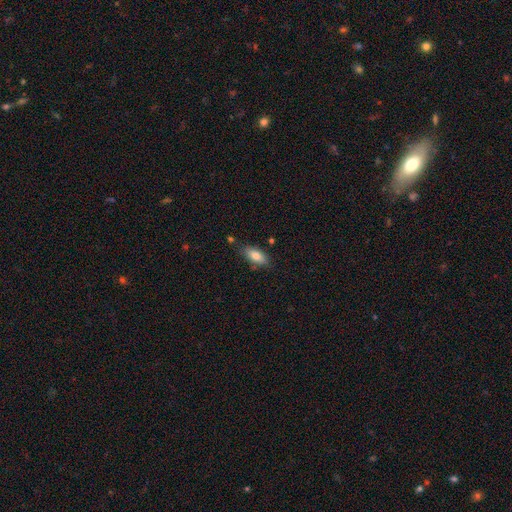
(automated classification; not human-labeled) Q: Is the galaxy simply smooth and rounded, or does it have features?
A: smooth — 81%.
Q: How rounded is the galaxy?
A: in between — 84%.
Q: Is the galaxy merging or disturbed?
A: none — 77%.